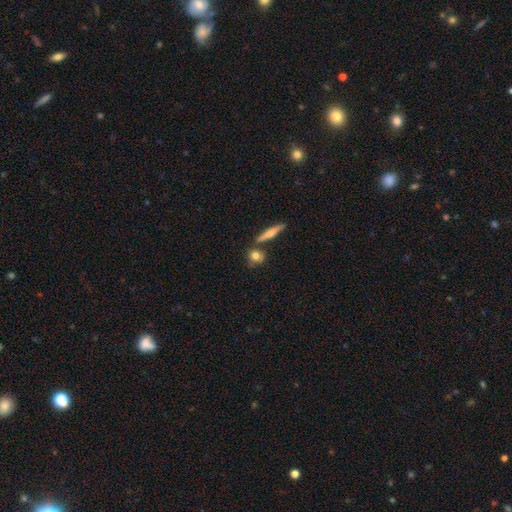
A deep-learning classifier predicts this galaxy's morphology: Smooth or featured: smooth — 77% (featured or disk — 15%)
How rounded: round — 68% (in between — 22%)
Merging: none — 70% (merger — 15%)